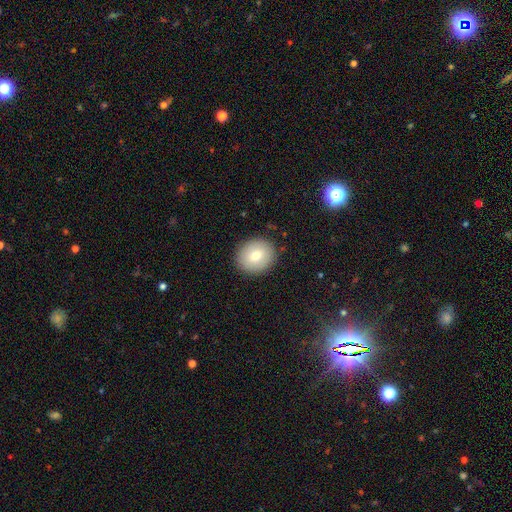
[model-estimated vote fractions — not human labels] smooth 76%, featured or disk 15%, star or artifact 9%. Down the decision tree: how rounded — round (73%); merging — none (89%).